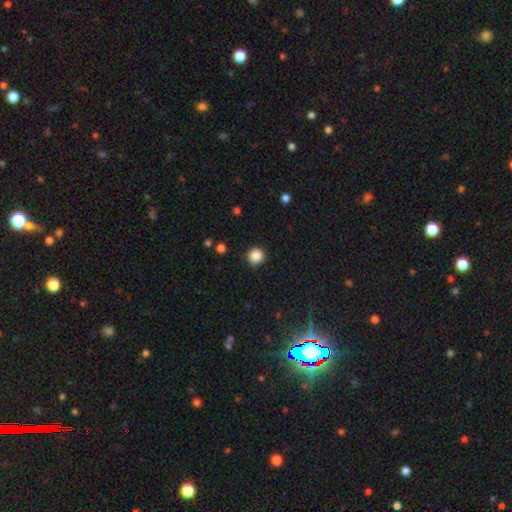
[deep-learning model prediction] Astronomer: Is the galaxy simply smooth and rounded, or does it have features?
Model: smooth — 86%.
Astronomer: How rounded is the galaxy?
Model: round — 94%.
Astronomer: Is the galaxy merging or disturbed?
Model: none — 90%.